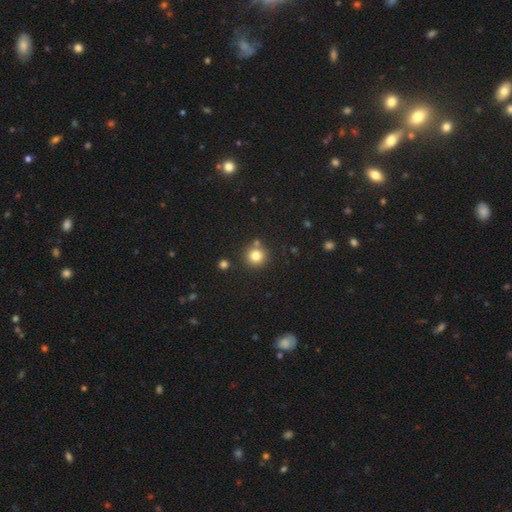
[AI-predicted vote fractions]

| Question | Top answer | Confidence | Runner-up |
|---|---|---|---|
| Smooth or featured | smooth | 81% | star or artifact (12%) |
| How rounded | round | 94% | in between (5%) |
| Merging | none | 82% | merger (9%) |